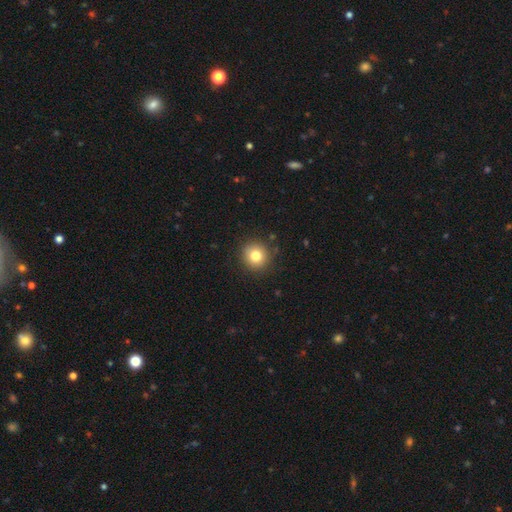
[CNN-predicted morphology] A smooth galaxy with no disk features (80%) that is round (92%). Merging: none (89%).